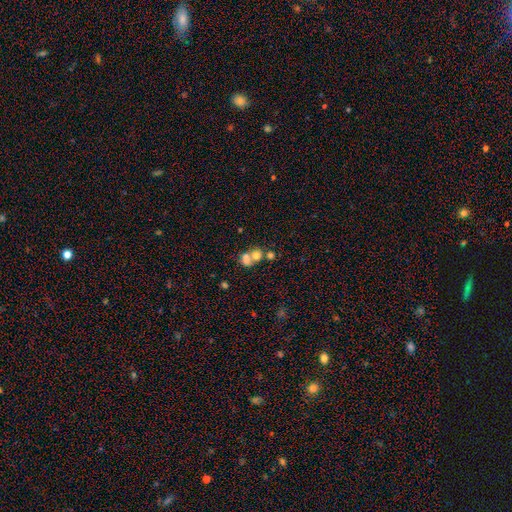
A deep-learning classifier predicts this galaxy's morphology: Smooth or featured? Predicted: smooth (p=0.69). How rounded? Predicted: round (p=0.58). Merging? Predicted: merger (p=0.64).